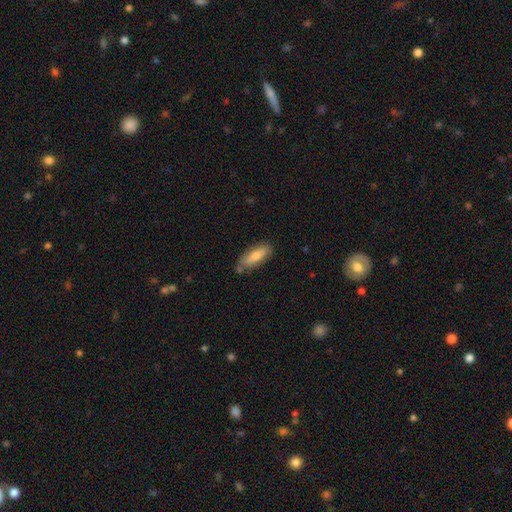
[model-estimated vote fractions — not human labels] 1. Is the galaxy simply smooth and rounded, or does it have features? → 66% smooth, 26% featured or disk, 8% star or artifact.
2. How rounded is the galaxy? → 52% in between, 46% cigar-shaped, 2% round.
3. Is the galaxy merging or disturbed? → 79% none, 15% minor disturbance, 3% merger, 3% major disturbance.